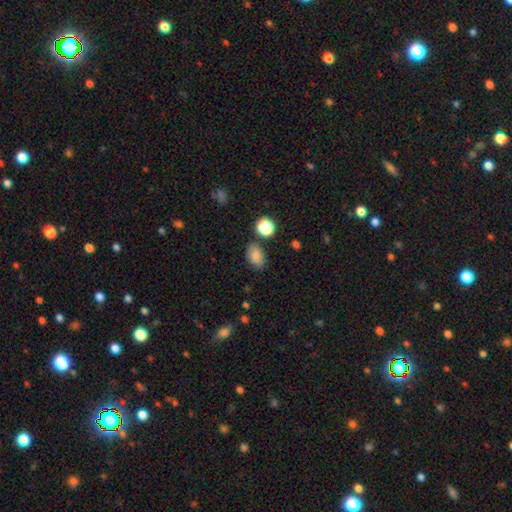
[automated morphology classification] type=smooth (82%); roundness=in between (80%); merging=none (78%).